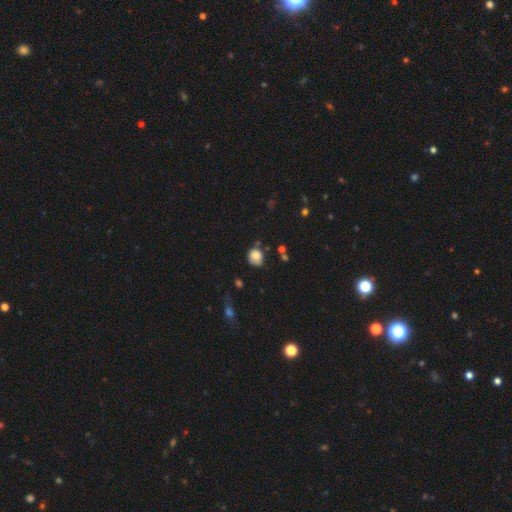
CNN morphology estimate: A smooth galaxy with no disk features (80%) that is round (74%).

Vote fractions:
- Smooth or featured? smooth: 80% / star or artifact: 10% / featured or disk: 10%
- How rounded? round: 74% / in between: 25% / cigar-shaped: 1%
- Merging? none: 65% / minor disturbance: 24% / major disturbance: 6% / merger: 6%